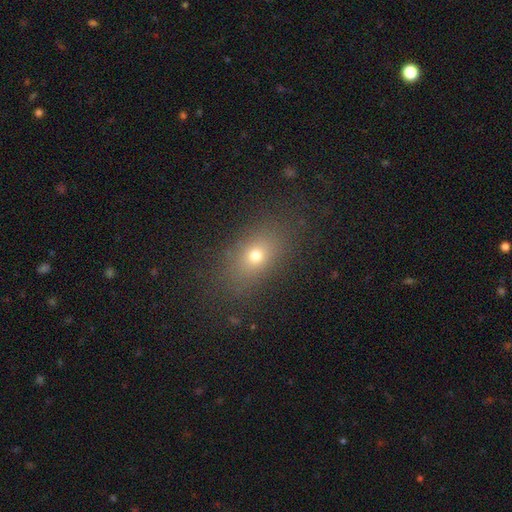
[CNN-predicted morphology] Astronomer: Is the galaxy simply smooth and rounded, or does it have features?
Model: smooth — 70%.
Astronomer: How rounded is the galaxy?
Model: in between — 73%.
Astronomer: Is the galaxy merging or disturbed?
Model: none — 83%.